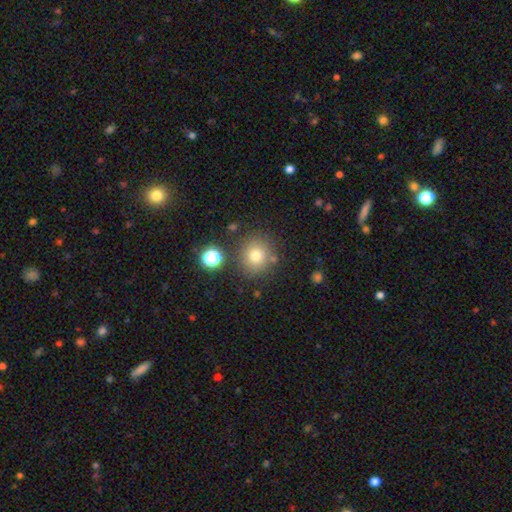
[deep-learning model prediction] smooth 74%, star or artifact 16%, featured or disk 10%. Down the decision tree: how rounded — round (88%); merging — none (81%).